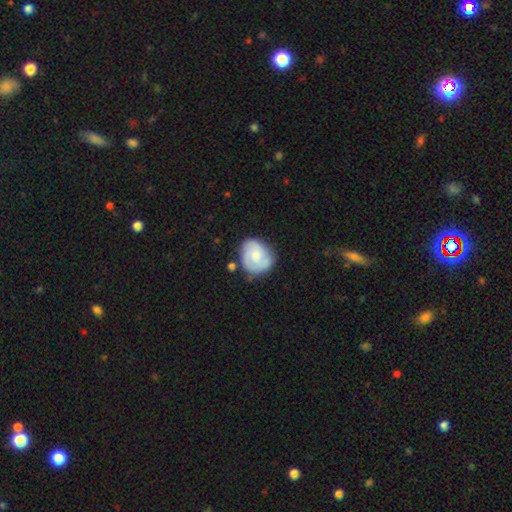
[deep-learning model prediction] smooth-or-featured: featured or disk: 49% | smooth: 45% | star or artifact: 6%
  merging: none: 60% | minor disturbance: 26% | major disturbance: 8% | merger: 6%